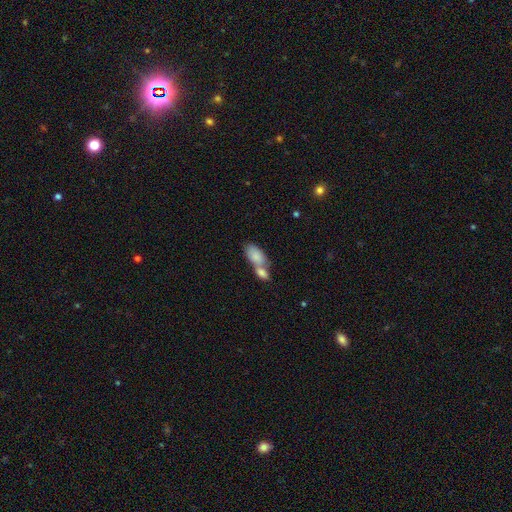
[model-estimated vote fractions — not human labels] This appears to be a smooth galaxy with no disk features (82%) that is in between round and cigar-shaped (91%). Merging: merger (67%).